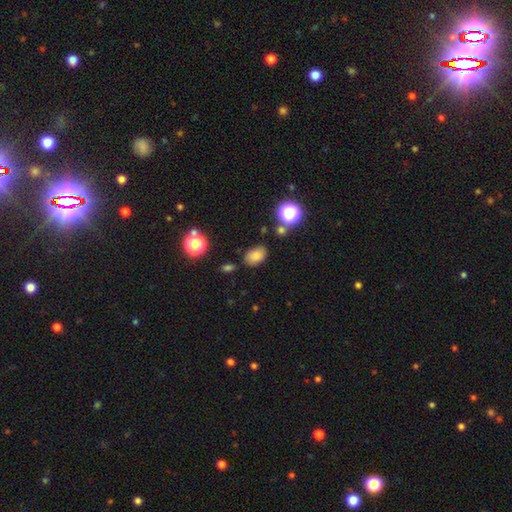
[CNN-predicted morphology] smooth_or_featured: smooth (p=0.80) [alt: star or artifact p=0.13]
how_rounded: in between (p=0.83) [alt: round p=0.16]
merging: none (p=0.77) [alt: minor disturbance p=0.15]